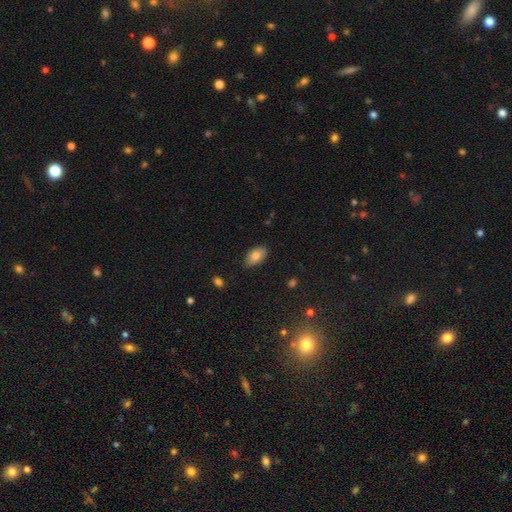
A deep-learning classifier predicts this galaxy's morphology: Smooth or featured: smooth — 82% (featured or disk — 11%)
How rounded: in between — 93% (round — 5%)
Merging: none — 85% (minor disturbance — 12%)